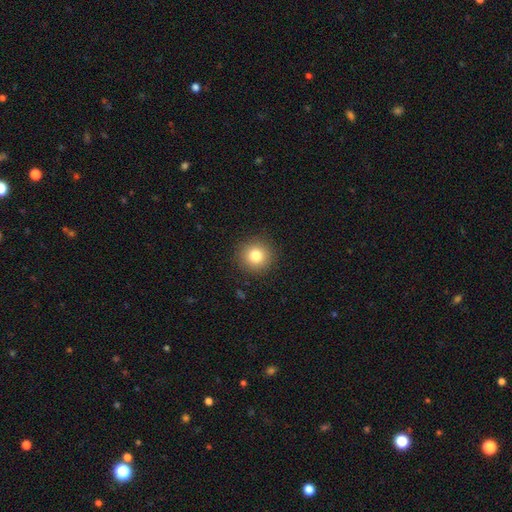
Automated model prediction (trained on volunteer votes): A smooth galaxy with no disk features (80%) that is round (95%). Merging: none (92%).